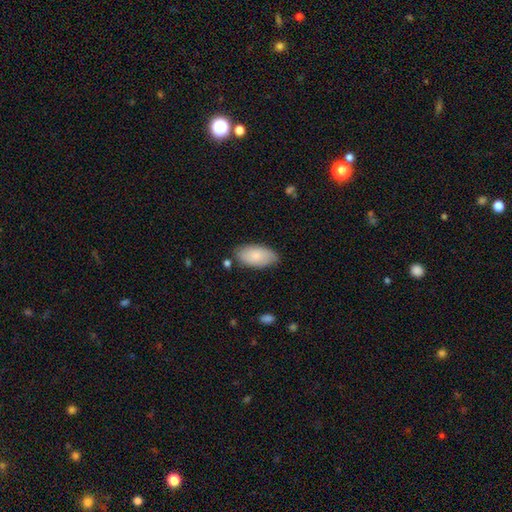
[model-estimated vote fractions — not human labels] A smooth galaxy with no disk features (82%) that is in between round and cigar-shaped (95%). Merging: none (79%).